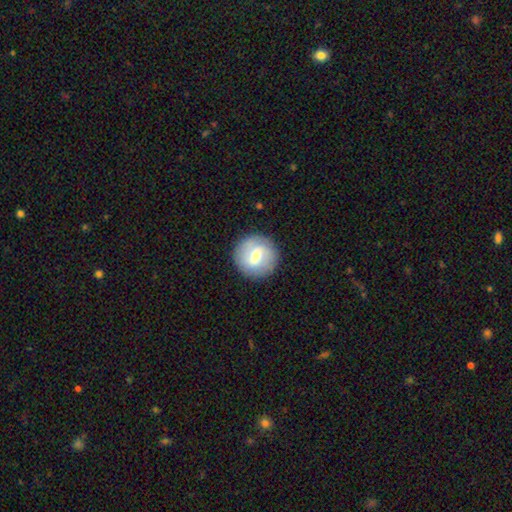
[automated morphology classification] Smooth or featured: smooth — 53% (featured or disk — 40%)
How rounded: round — 94% (in between — 5%)
Merging: none — 89% (minor disturbance — 7%)